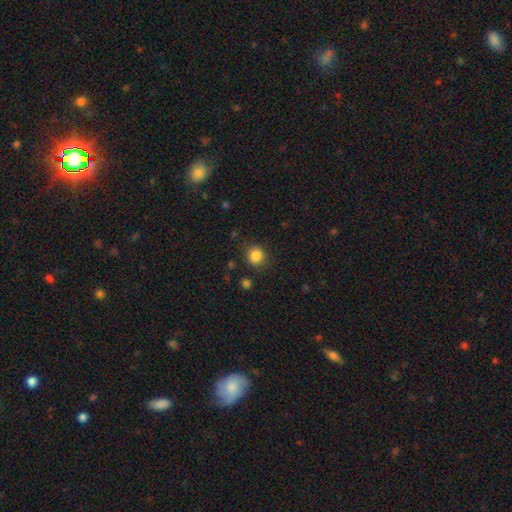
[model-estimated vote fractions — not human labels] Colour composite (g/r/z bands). It shows a smooth galaxy with no disk features (85%) that is round (90%). Merging: none (86%).